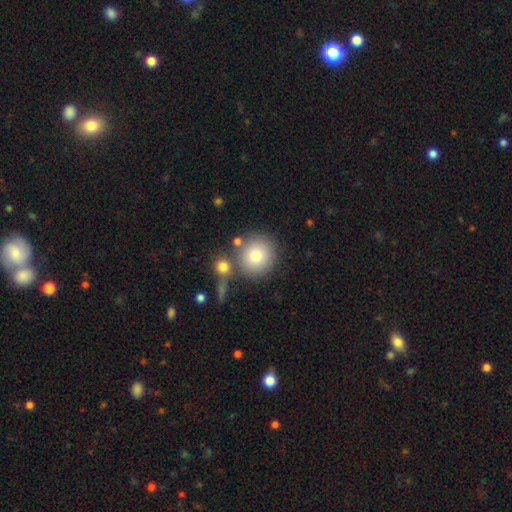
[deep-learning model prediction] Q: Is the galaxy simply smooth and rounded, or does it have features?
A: smooth — 78%.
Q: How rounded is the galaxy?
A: round — 91%.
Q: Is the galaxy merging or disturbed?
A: none — 71%.